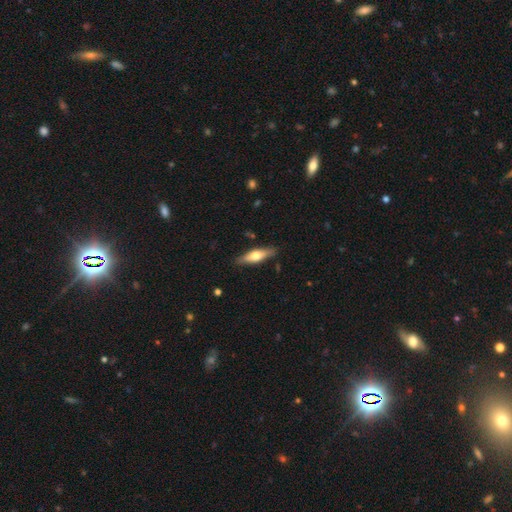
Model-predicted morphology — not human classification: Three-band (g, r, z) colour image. It shows a smooth galaxy with no disk features (49%). Merging: none (86%).